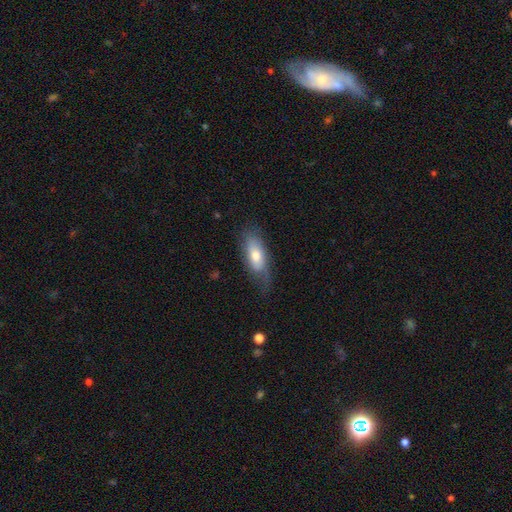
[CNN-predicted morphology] smooth-or-featured: smooth: 62% | featured or disk: 32% | star or artifact: 6%
  how-rounded: in between: 77% | cigar-shaped: 20% | round: 3%
  merging: none: 58% | minor disturbance: 28% | major disturbance: 13% | merger: 2%